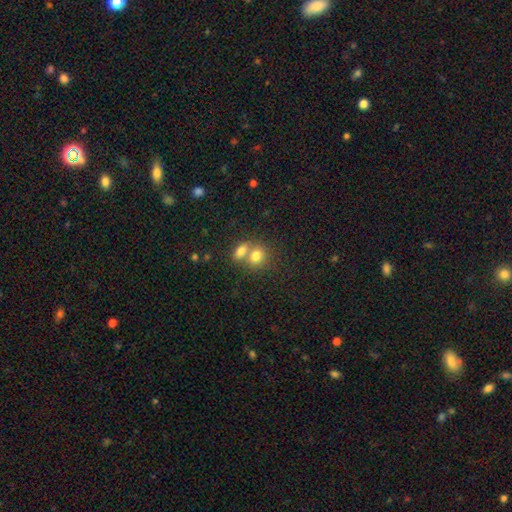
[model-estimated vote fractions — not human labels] This appears to be a smooth galaxy with no disk features (78%) that is round (53%). Merging: merger (58%).